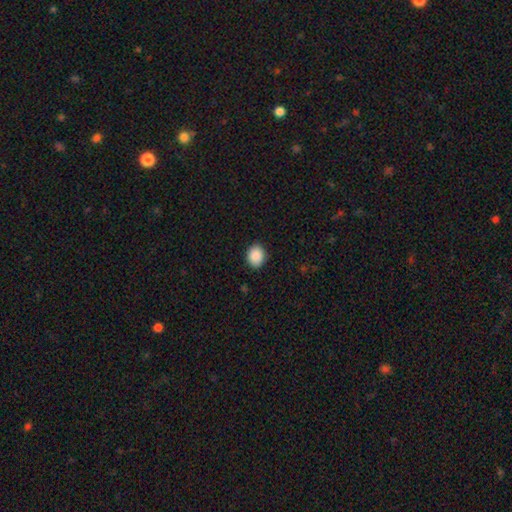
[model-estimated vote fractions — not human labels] Smooth or featured? Predicted: smooth (p=0.89). How rounded? Predicted: in between (p=0.52). Merging? Predicted: none (p=0.88).